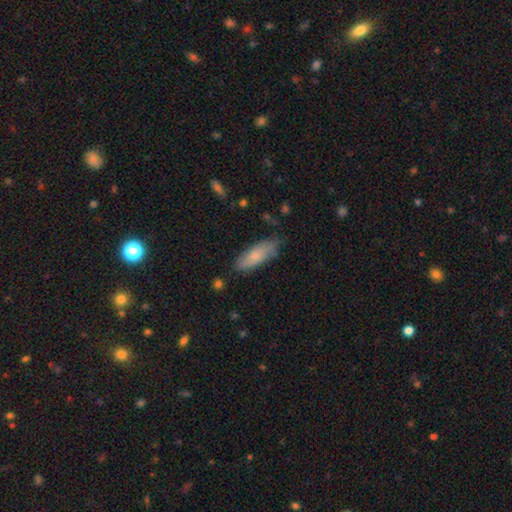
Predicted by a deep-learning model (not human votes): Overall: smooth (73%). How rounded: in between (62%; cigar-shaped 36%). Merging: none (73%).